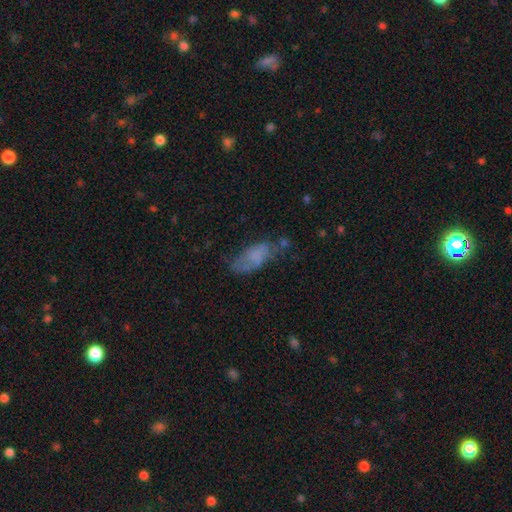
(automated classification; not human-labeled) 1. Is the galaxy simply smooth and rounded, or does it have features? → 61% smooth, 28% featured or disk, 11% star or artifact.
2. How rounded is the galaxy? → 81% in between, 16% cigar-shaped, 3% round.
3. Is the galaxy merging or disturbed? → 44% none, 29% minor disturbance, 20% major disturbance, 7% merger.